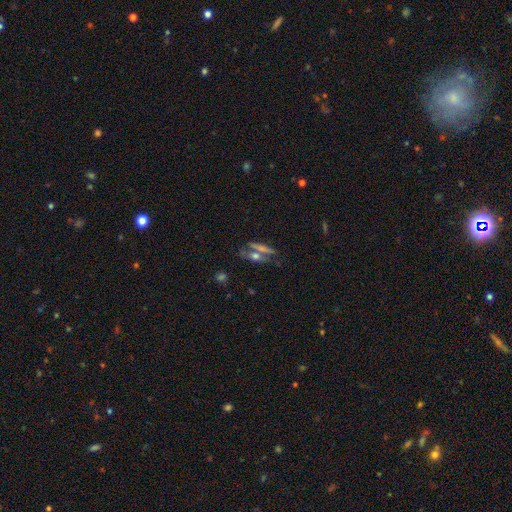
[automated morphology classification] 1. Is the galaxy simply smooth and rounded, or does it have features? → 46% smooth, 43% featured or disk, 11% star or artifact.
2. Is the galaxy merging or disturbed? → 47% none, 33% merger, 13% minor disturbance, 7% major disturbance.